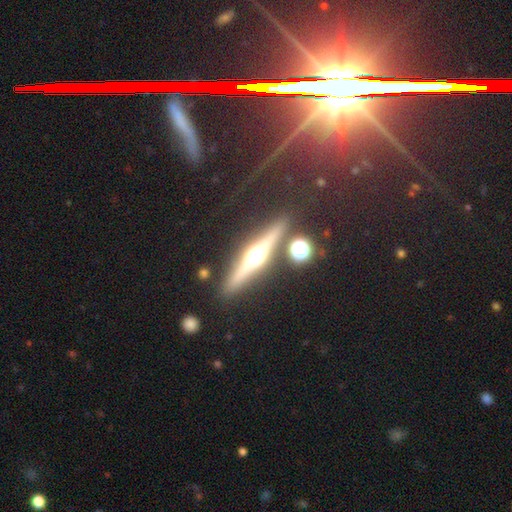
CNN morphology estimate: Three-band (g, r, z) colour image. It shows a featured or disk galaxy (77%) viewed edge-on (97%) with a rounded central bulge (95%). Merging: none (86%).